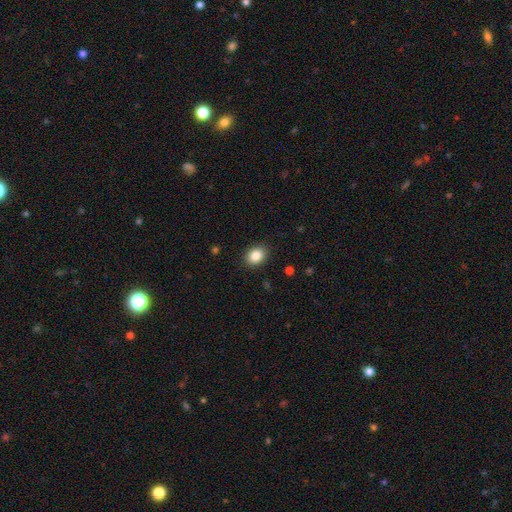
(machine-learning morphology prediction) type=smooth (86%); roundness=in between (61%); merging=none (88%).